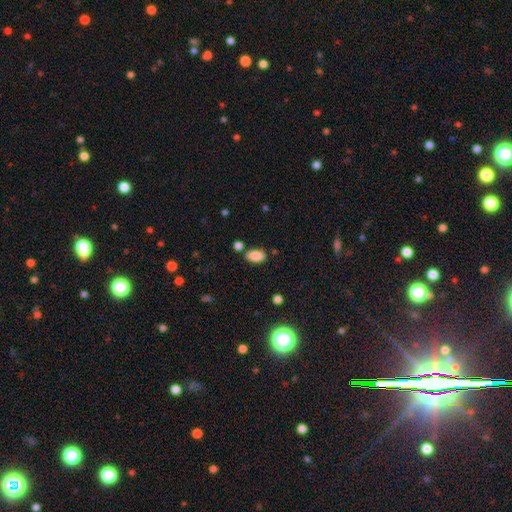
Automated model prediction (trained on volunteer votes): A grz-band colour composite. It shows a smooth galaxy with no disk features (87%) that is in between round and cigar-shaped (91%). Merging: none (76%).